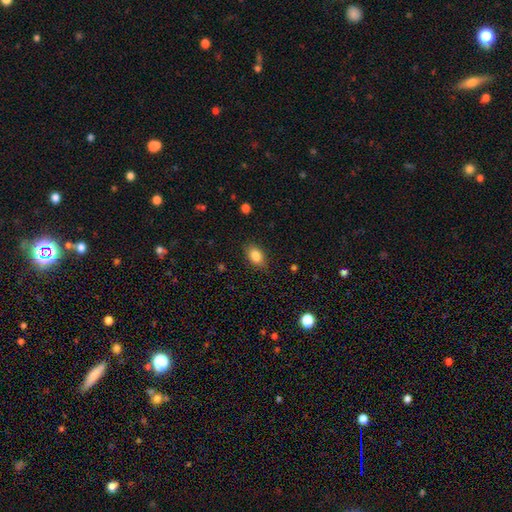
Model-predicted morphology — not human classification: The model was most divided on "merging": none: 82%, minor disturbance: 14%, major disturbance: 3%, merger: 1%. More confident: how rounded — in between (85%); smooth or featured — smooth (85%).